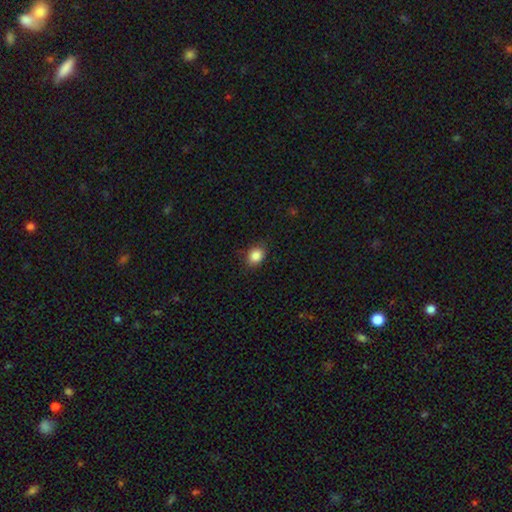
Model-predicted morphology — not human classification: Smooth or featured? smooth (87%)
How rounded? in between (56%)
Merging? none (85%)